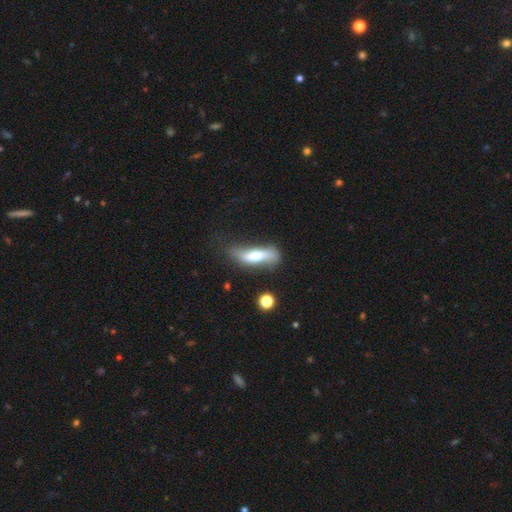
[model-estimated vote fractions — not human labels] This is possibly a smooth galaxy (55%). How rounded: possibly cigar-shaped (56%). Merging: possibly none (49%).